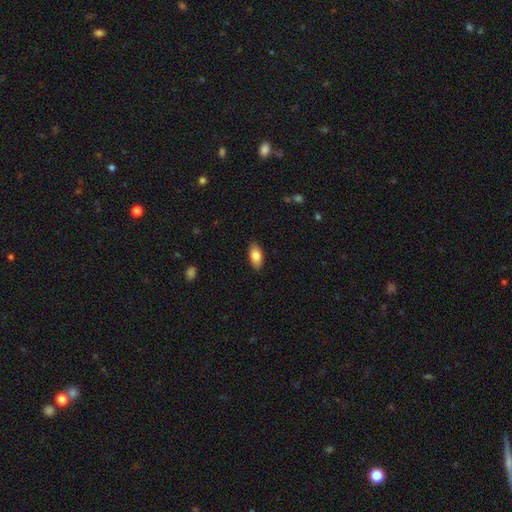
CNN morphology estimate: Smooth or featured? smooth (82%)
How rounded? in between (90%)
Merging? none (87%)